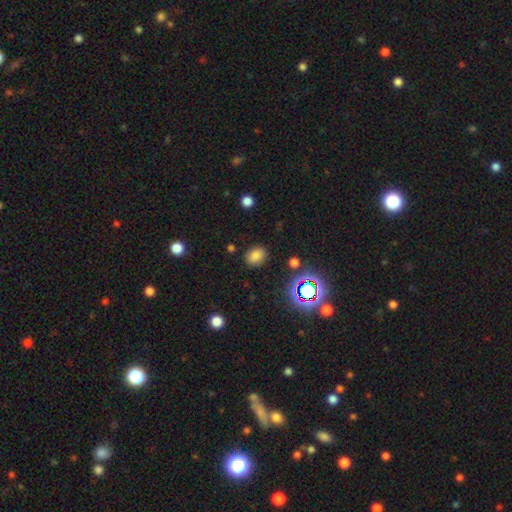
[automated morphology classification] The model was most divided on "how rounded": in between: 58%, round: 41%, cigar-shaped: 1%. More confident: merging — none (85%); smooth or featured — smooth (77%).